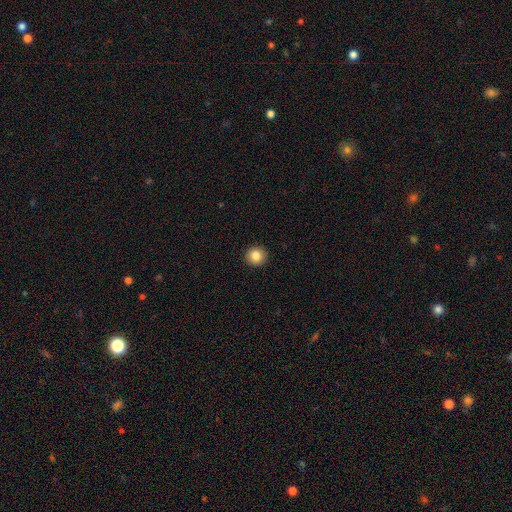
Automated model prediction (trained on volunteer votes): Q: Smooth or featured?
A: smooth (86%); runner-up: star or artifact (9%)
Q: How rounded?
A: round (93%); runner-up: in between (6%)
Q: Merging?
A: none (93%); runner-up: minor disturbance (5%)